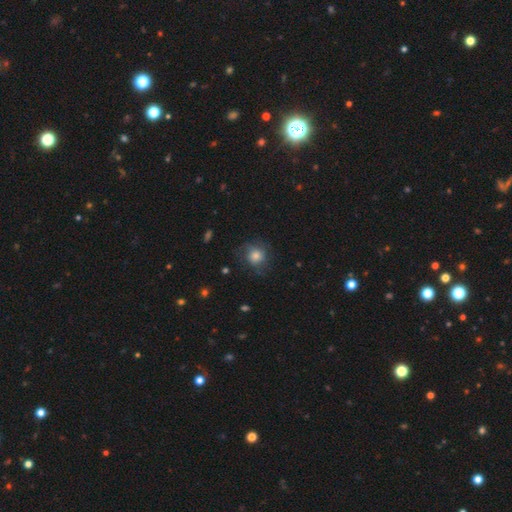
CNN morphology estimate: type=smooth (62%); roundness=round (84%); merging=none (67%).